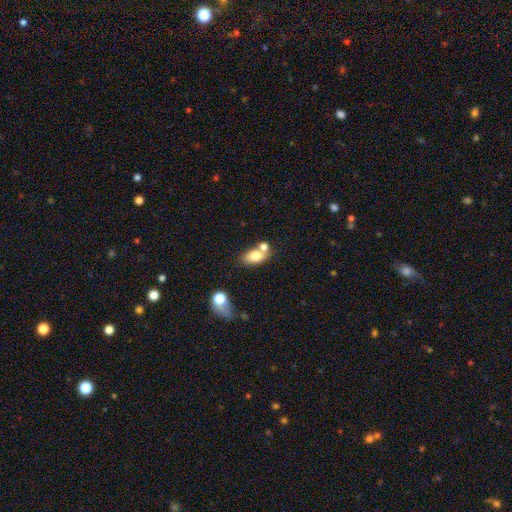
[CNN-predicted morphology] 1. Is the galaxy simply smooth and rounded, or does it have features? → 74% smooth, 17% featured or disk, 9% star or artifact.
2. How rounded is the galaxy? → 83% in between, 13% round, 4% cigar-shaped.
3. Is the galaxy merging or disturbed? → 47% none, 34% merger, 14% minor disturbance, 5% major disturbance.